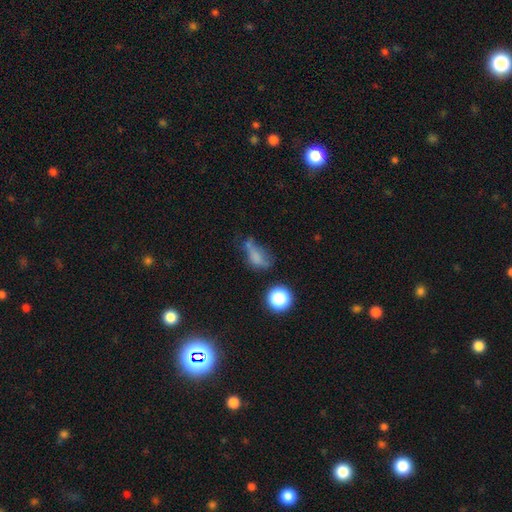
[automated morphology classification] Smooth or featured?
  - smooth: 59% *
  - star or artifact: 21%
  - featured or disk: 20%
How rounded?
  - in between: 69% *
  - round: 20%
  - cigar-shaped: 11%
Merging?
  - major disturbance: 32% *
  - none: 31%
  - minor disturbance: 26%
  - merger: 12%